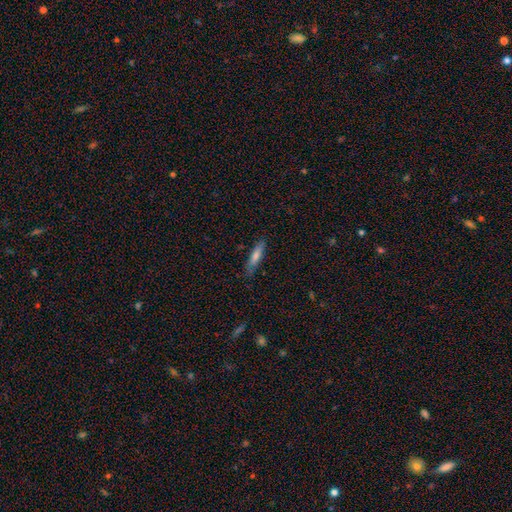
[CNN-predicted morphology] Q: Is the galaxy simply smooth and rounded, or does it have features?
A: smooth — 58%.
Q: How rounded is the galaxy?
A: cigar-shaped — 83%.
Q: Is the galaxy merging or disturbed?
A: none — 82%.